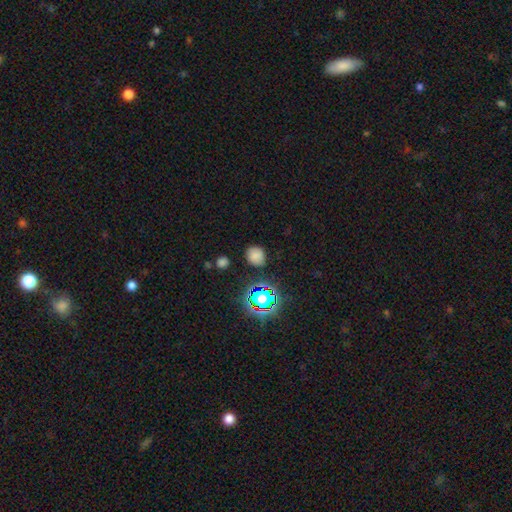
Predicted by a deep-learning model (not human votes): The model was most divided on "smooth or featured": smooth: 71%, star or artifact: 22%, featured or disk: 8%. More confident: merging — none (81%); how rounded — round (76%).